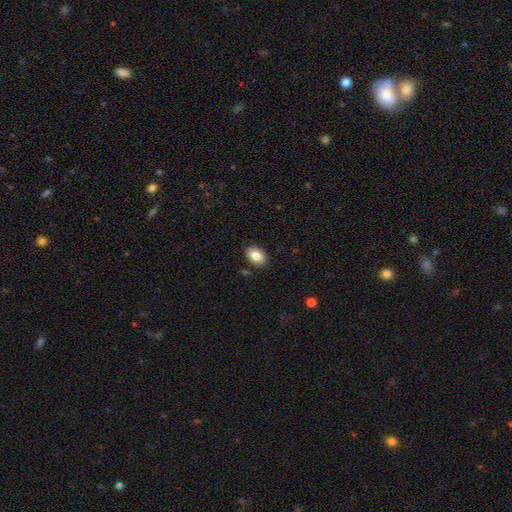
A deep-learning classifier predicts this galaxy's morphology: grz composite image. It shows a smooth galaxy with no disk features (85%) that is in between round and cigar-shaped (86%). Merging: none (87%).